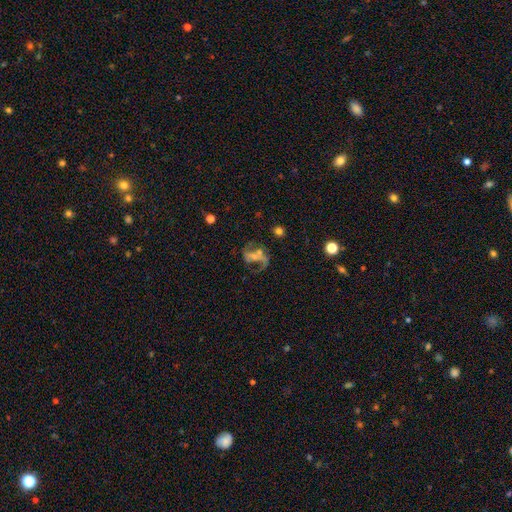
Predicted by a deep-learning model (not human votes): A featured or disk galaxy (70%) with no bar (39%), 2 (65%) loose (60%) spiral arms (78%) and a small central bulge (49%).

Vote fractions:
- Smooth or featured? featured or disk: 70% / smooth: 18% / star or artifact: 12%
- Edge-on disk? no: 96% / yes: 4%
- Bar? no: 39% / weak: 36% / strong: 25%
- Spiral arms? yes: 78% / no: 22%
- Spiral winding? loose: 60% / medium: 31% / tight: 8%
- Spiral arm count? 2: 65% / 1: 24% / can't tell: 7% / 3: 2% / 4: 1% / more than 4: 1%
- Bulge size? small: 49% / moderate: 28% / none: 17% / large: 4% / dominant: 2%
- Merging? none: 37% / major disturbance: 34% / minor disturbance: 16% / merger: 12%